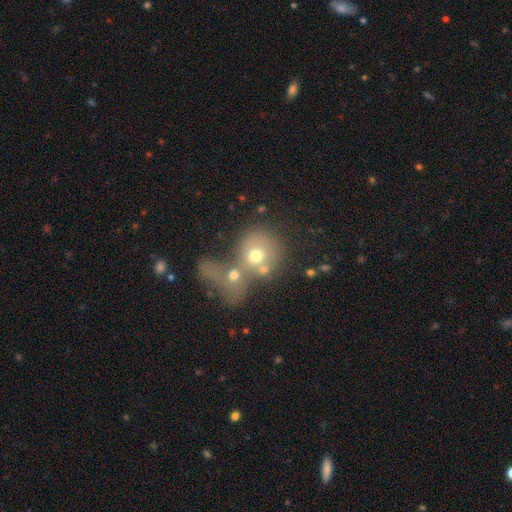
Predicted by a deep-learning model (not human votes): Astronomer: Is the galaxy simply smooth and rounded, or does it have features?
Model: smooth — 60%.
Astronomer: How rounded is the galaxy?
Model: round — 76%.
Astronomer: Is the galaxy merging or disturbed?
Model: merger — 69%.